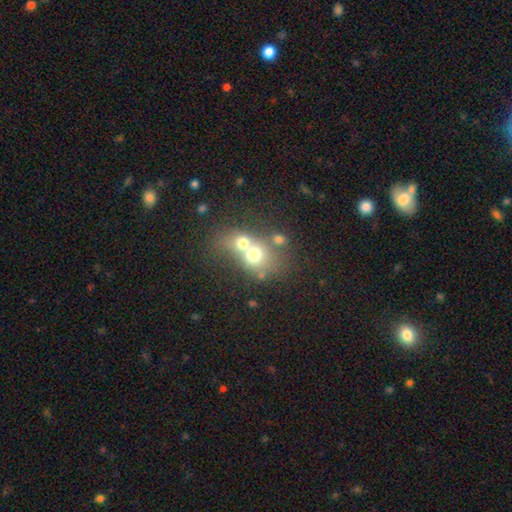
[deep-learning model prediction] Smooth or featured? Predicted: smooth (p=0.59). How rounded? Predicted: round (p=0.64). Merging? Predicted: merger (p=0.67).